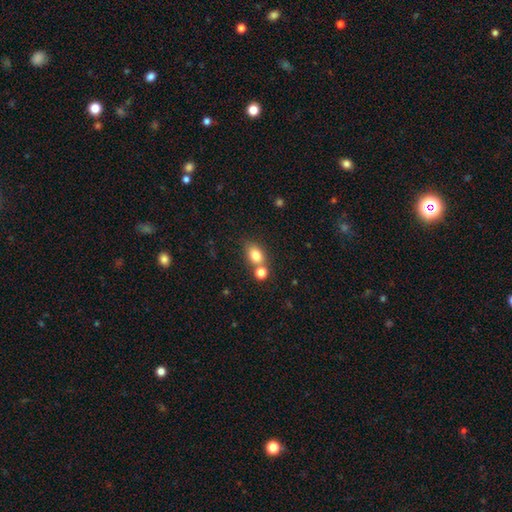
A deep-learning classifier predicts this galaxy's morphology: smooth-or-featured: smooth: 79% | star or artifact: 11% | featured or disk: 10%
  how-rounded: in between: 68% | round: 30% | cigar-shaped: 2%
  merging: none: 54% | merger: 30% | minor disturbance: 11% | major disturbance: 4%